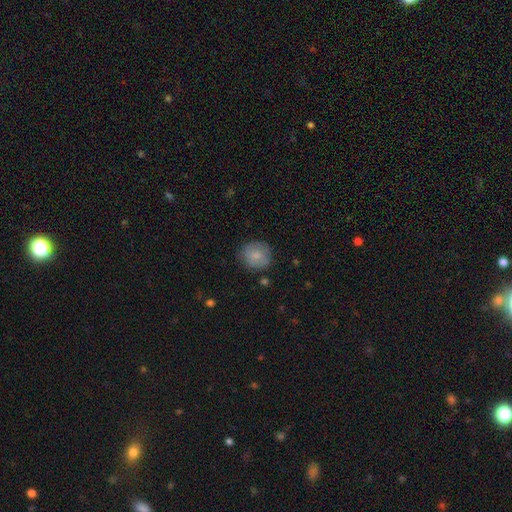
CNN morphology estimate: Smooth or featured? smooth (78%)
How rounded? round (84%)
Merging? none (79%)